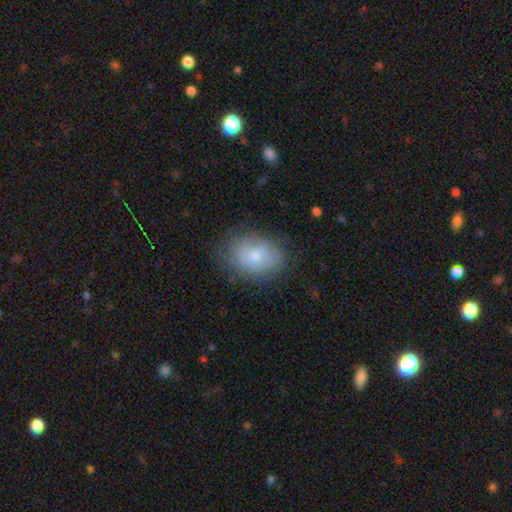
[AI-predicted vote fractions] smooth 68%, featured or disk 24%, star or artifact 8%. Down the decision tree: how rounded — in between (72%); merging — none (73%).